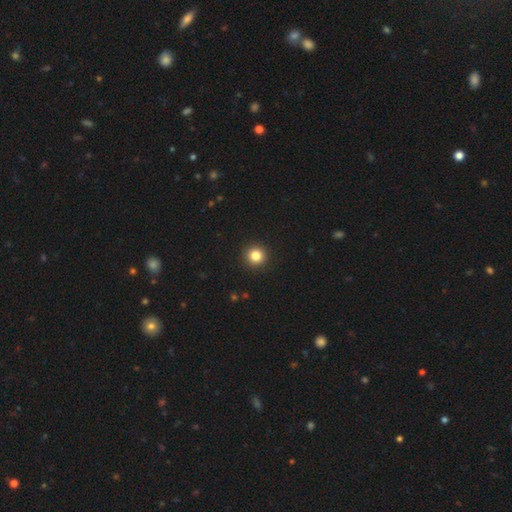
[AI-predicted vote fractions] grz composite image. It shows a smooth galaxy with no disk features (83%) that is round (95%). Merging: none (93%).